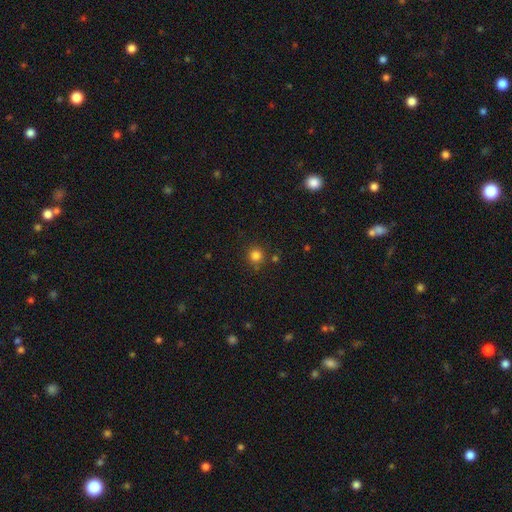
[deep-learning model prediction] smooth 81%, star or artifact 14%, featured or disk 5%. Down the decision tree: how rounded — round (94%); merging — none (84%).